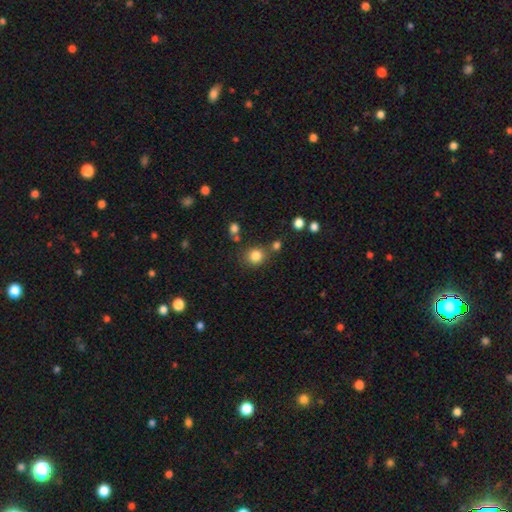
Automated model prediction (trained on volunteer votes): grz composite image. It shows a smooth galaxy with no disk features (82%) that is round (84%). Merging: none (72%).